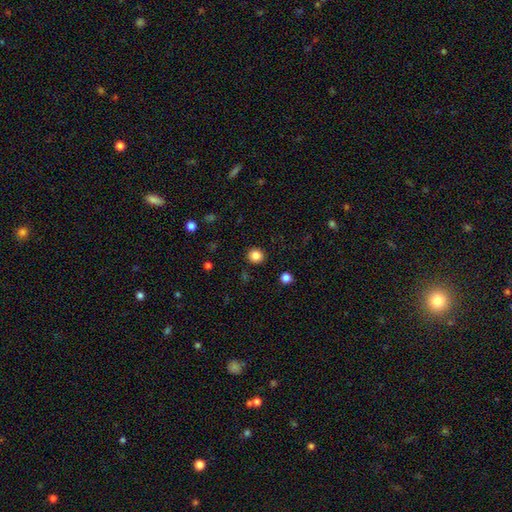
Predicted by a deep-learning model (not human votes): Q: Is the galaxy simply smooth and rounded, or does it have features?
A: smooth — 85%.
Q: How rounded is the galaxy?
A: round — 90%.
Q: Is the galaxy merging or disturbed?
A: none — 91%.